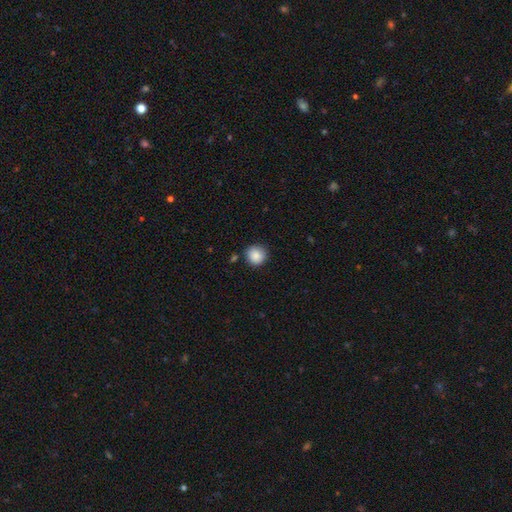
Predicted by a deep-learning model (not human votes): Overall: smooth (88%). How rounded: round (92%). Merging: none (84%).